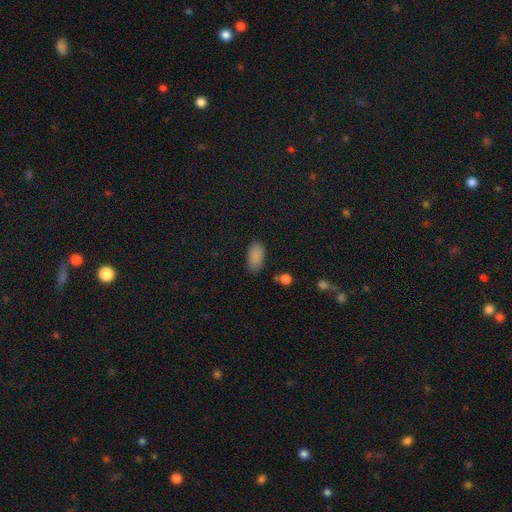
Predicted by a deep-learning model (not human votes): A smooth galaxy with no disk features (87%) that is in between round and cigar-shaped (93%).

Vote fractions:
- Smooth or featured? smooth: 87% / star or artifact: 9% / featured or disk: 4%
- How rounded? in between: 93% / cigar-shaped: 4% / round: 3%
- Merging? none: 81% / minor disturbance: 13% / major disturbance: 3% / merger: 2%